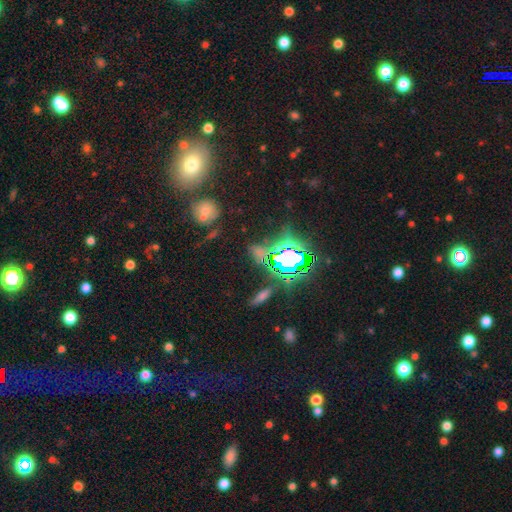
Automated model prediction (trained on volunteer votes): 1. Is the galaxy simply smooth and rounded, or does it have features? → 70% star or artifact, 17% smooth, 13% featured or disk.